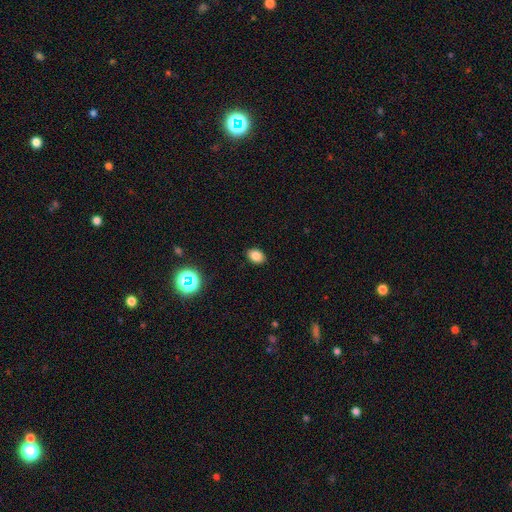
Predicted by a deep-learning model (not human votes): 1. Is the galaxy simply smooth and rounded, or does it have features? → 83% smooth, 12% star or artifact, 5% featured or disk.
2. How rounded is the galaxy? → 76% in between, 23% round, 1% cigar-shaped.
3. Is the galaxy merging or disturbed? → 89% none, 8% minor disturbance, 2% major disturbance, 1% merger.